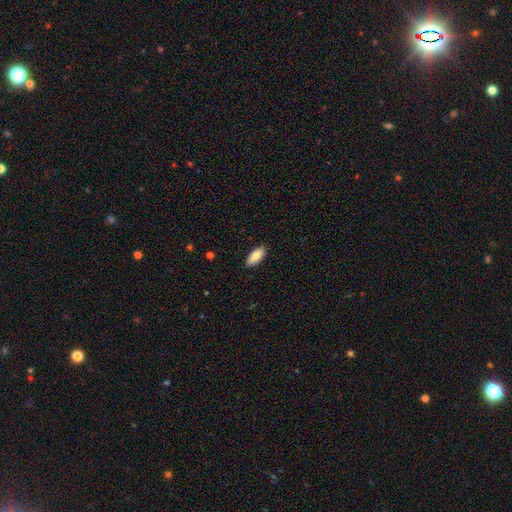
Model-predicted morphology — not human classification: Smooth or featured? Predicted: smooth (p=0.87). How rounded? Predicted: in between (p=0.84). Merging? Predicted: none (p=0.87).